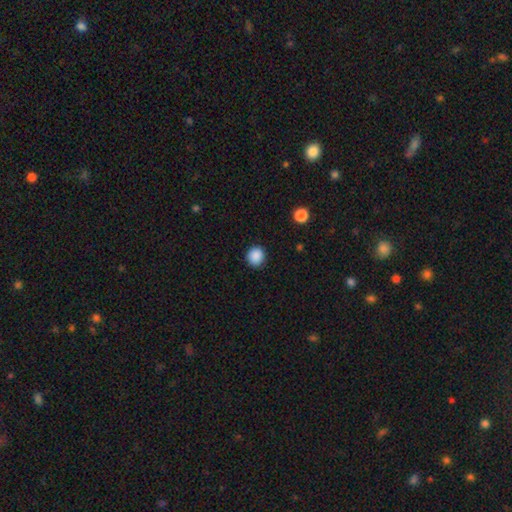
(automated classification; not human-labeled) A smooth galaxy with no disk features (89%) that is round (90%). Merging: none (91%).